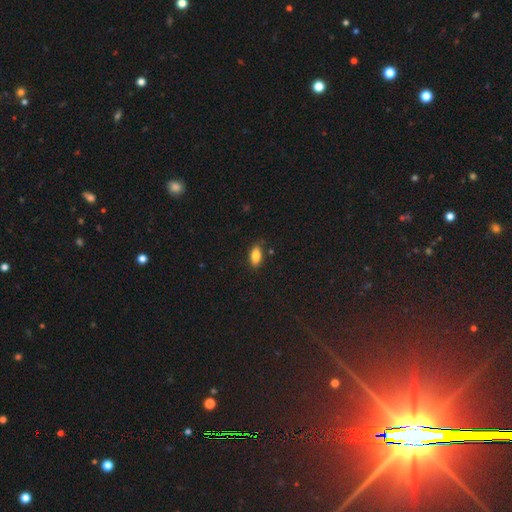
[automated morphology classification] type=smooth (84%); roundness=in between (88%); merging=none (80%).